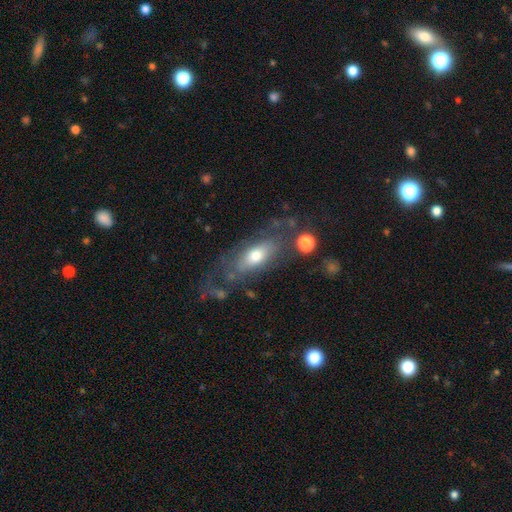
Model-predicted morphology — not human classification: Smooth or featured?
  - smooth: 53% *
  - featured or disk: 40%
  - star or artifact: 8%
How rounded?
  - in between: 76% *
  - cigar-shaped: 19%
  - round: 5%
Merging?
  - none: 57% *
  - minor disturbance: 21%
  - major disturbance: 16%
  - merger: 5%